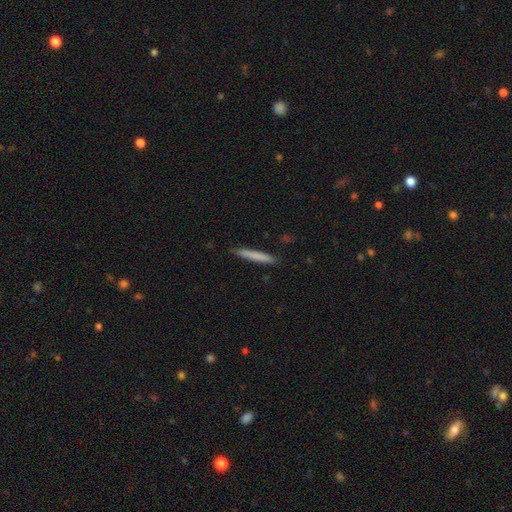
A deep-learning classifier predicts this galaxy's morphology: smooth_or_featured: smooth (p=0.73) [alt: featured or disk p=0.21]
how_rounded: cigar-shaped (p=0.96) [alt: in between p=0.03]
merging: none (p=0.88) [alt: minor disturbance p=0.09]